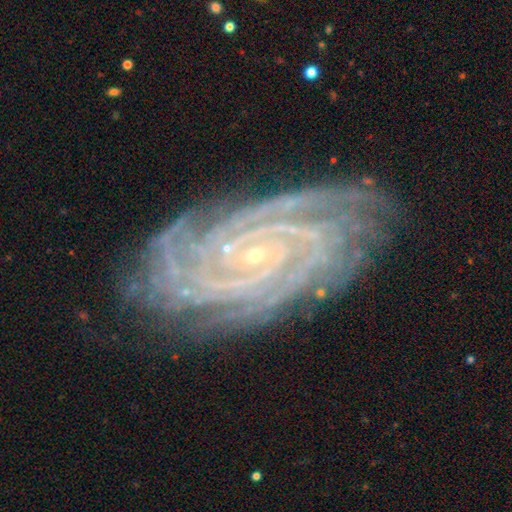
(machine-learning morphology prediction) type=featured or disk (90%); edge-on=no (97%); bar=no (65%); spiral arms=yes (99%); winding=tight (83%); arm count=4 (22%, tied with more than 4); bulge=small (89%); merging=none (82%).